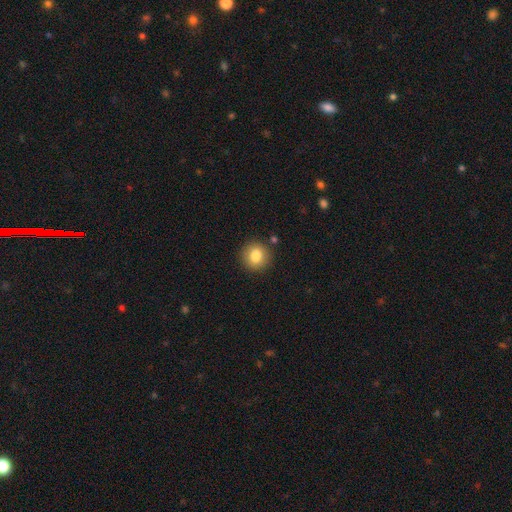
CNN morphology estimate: smooth 82%, star or artifact 9%, featured or disk 8%. Down the decision tree: how rounded — round (89%); merging — none (88%).